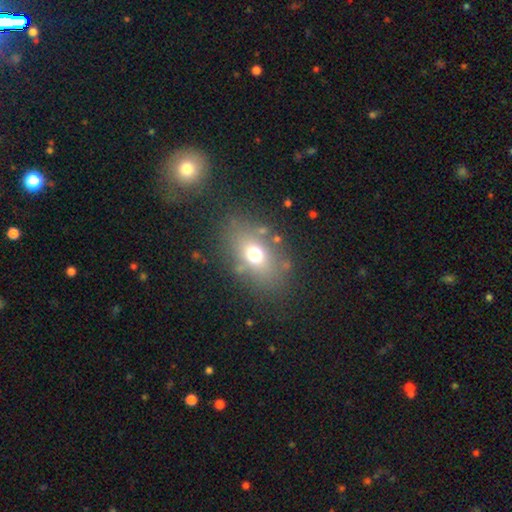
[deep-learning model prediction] The model was most divided on "smooth or featured": smooth: 65%, featured or disk: 20%, star or artifact: 15%. More confident: merging — none (76%); how rounded — in between (73%).